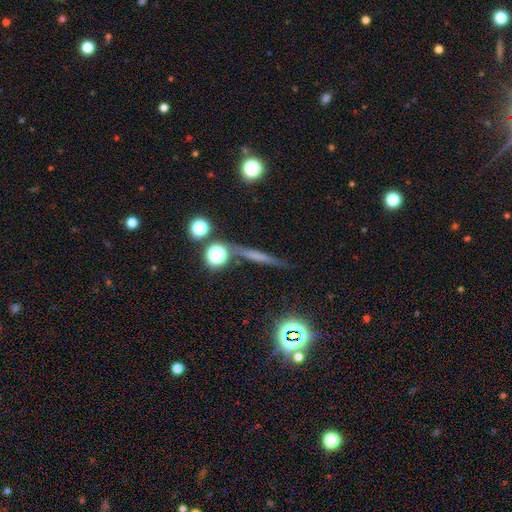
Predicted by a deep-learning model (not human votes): smooth_or_featured: smooth (p=0.43) [alt: featured or disk p=0.39]
merging: none (p=0.80) [alt: minor disturbance p=0.11]